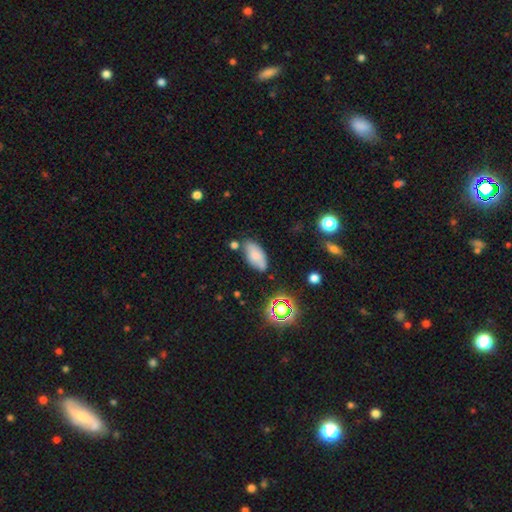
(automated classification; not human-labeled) Smooth or featured: smooth — 75% (featured or disk — 15%)
How rounded: in between — 91% (cigar-shaped — 6%)
Merging: none — 70% (minor disturbance — 19%)